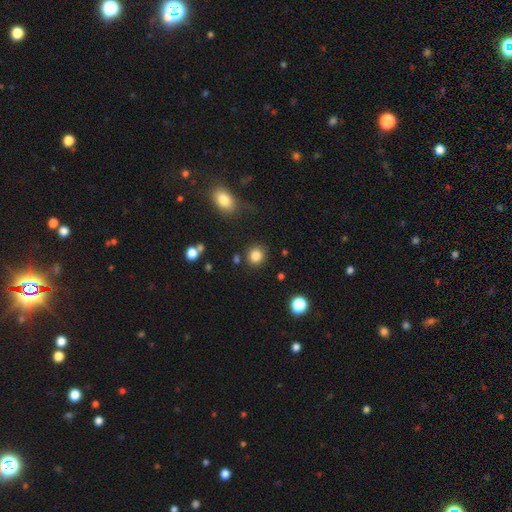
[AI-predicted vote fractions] This appears to be a smooth galaxy with no disk features (85%) that is round (86%). Merging: none (86%).